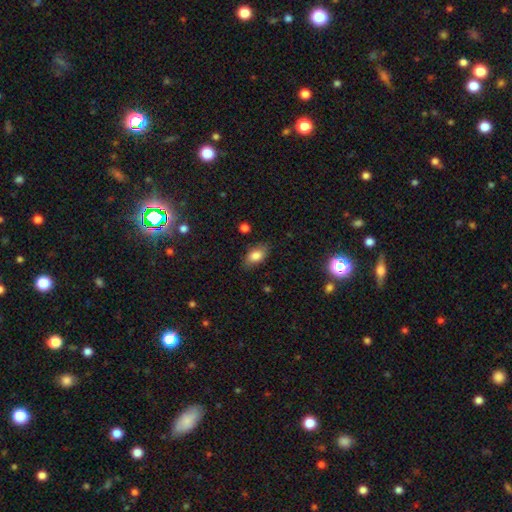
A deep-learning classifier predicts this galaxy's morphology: smooth_or_featured: smooth (p=0.82) [alt: featured or disk p=0.10]
how_rounded: in between (p=0.89) [alt: round p=0.08]
merging: none (p=0.80) [alt: minor disturbance p=0.15]